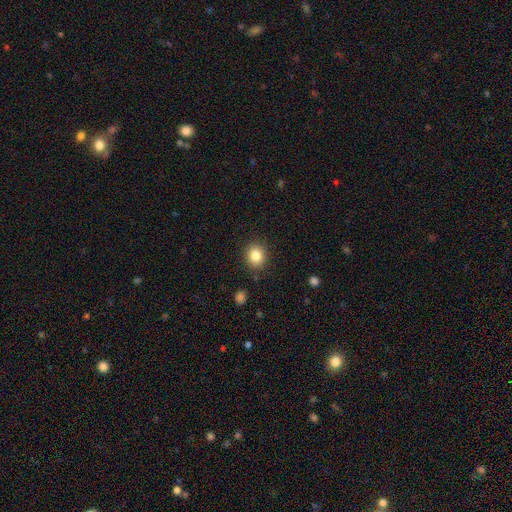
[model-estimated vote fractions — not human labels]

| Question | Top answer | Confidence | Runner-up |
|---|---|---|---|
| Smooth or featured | smooth | 84% | star or artifact (10%) |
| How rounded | round | 74% | in between (25%) |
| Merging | none | 87% | minor disturbance (8%) |